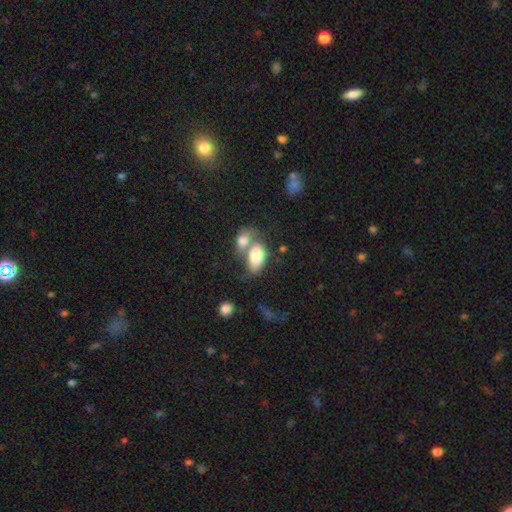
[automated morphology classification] Smooth or featured? Predicted: smooth (p=0.79). How rounded? Predicted: in between (p=0.92). Merging? Predicted: merger (p=0.64).